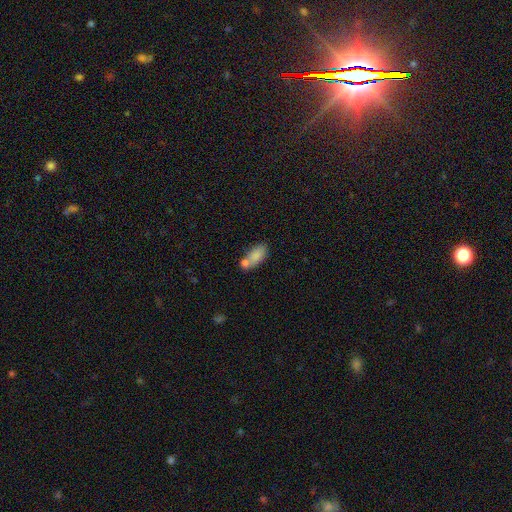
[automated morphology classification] Smooth or featured?
  - smooth: 81% *
  - featured or disk: 10%
  - star or artifact: 8%
How rounded?
  - in between: 86% *
  - cigar-shaped: 9%
  - round: 5%
Merging?
  - none: 46% *
  - merger: 33%
  - minor disturbance: 15%
  - major disturbance: 6%